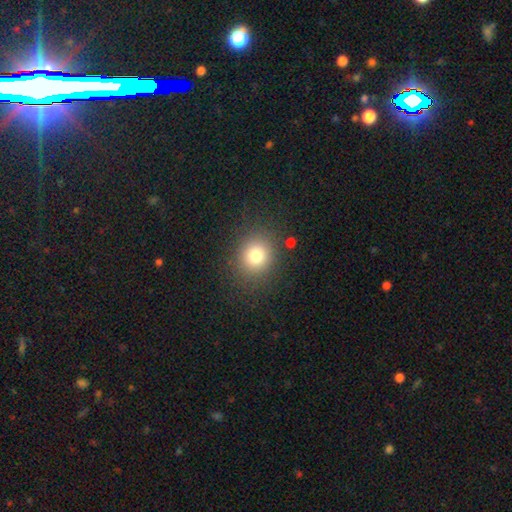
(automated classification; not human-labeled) Smooth or featured?
  - smooth: 78% *
  - star or artifact: 14%
  - featured or disk: 8%
How rounded?
  - round: 78% *
  - in between: 21%
  - cigar-shaped: 1%
Merging?
  - none: 86% *
  - minor disturbance: 8%
  - major disturbance: 4%
  - merger: 2%